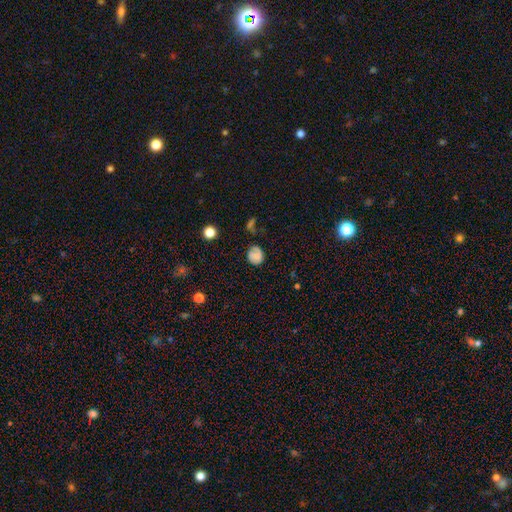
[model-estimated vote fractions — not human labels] A smooth galaxy with no disk features (66%) that is round (68%).

Vote fractions:
- Smooth or featured? smooth: 66% / featured or disk: 24% / star or artifact: 10%
- How rounded? round: 68% / in between: 31% / cigar-shaped: 1%
- Merging? none: 55% / minor disturbance: 28% / major disturbance: 12% / merger: 5%